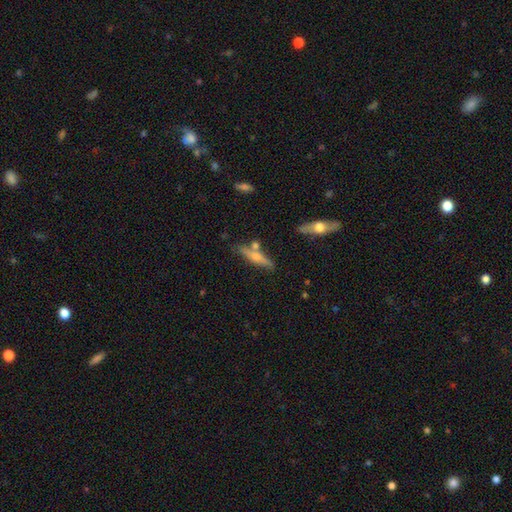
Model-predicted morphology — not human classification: smooth 49%, featured or disk 44%, star or artifact 7%. Down the decision tree: merging — none (70%).